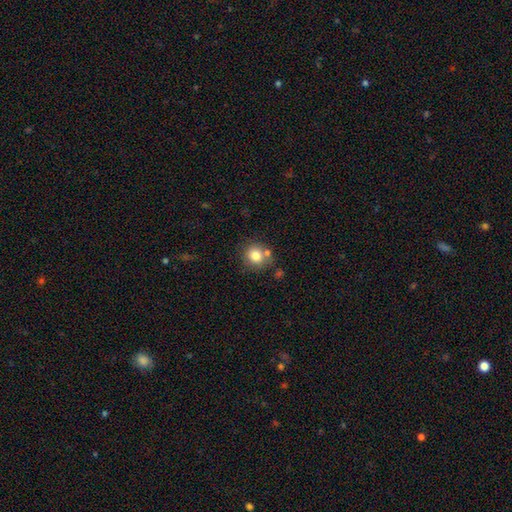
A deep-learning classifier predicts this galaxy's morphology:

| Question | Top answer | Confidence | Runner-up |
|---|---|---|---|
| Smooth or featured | smooth | 80% | star or artifact (11%) |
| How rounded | round | 86% | in between (13%) |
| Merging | none | 69% | merger (15%) |